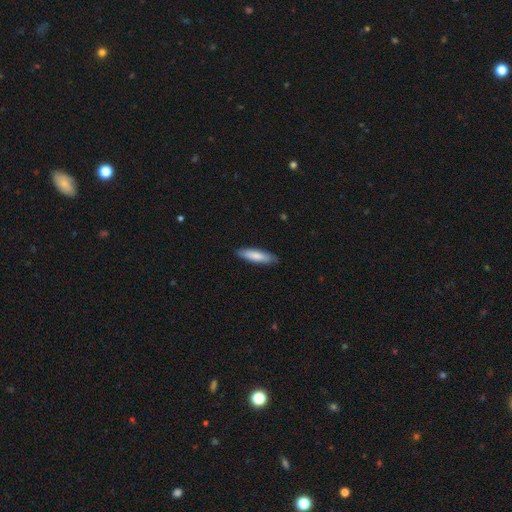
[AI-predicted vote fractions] Smooth or featured: smooth — 80% (featured or disk — 15%)
How rounded: cigar-shaped — 67% (in between — 31%)
Merging: none — 86% (minor disturbance — 11%)